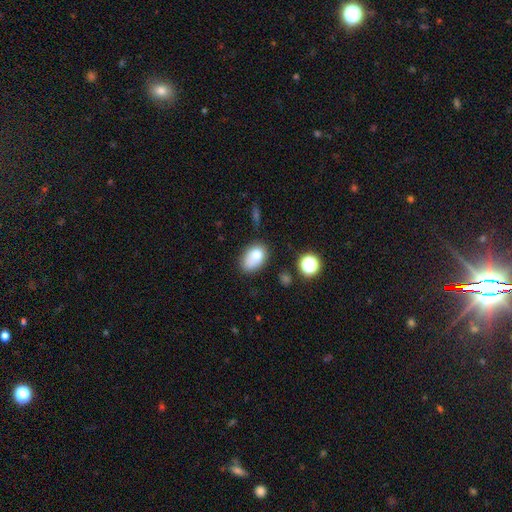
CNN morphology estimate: smooth_or_featured: smooth (p=0.79) [alt: featured or disk p=0.11]
how_rounded: in between (p=0.85) [alt: round p=0.14]
merging: none (p=0.58) [alt: minor disturbance p=0.26]